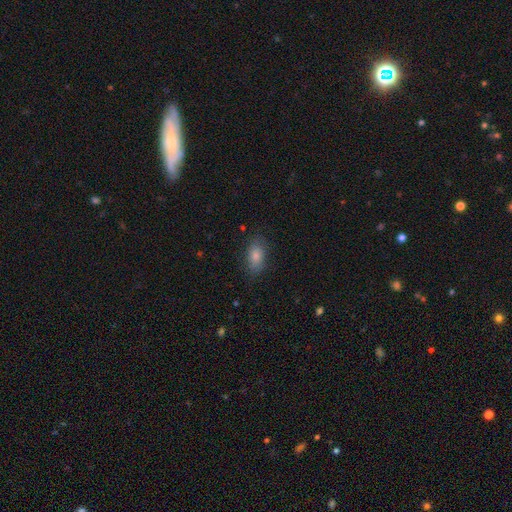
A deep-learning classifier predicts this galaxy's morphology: type=smooth (76%); roundness=in between (85%); merging=none (84%).